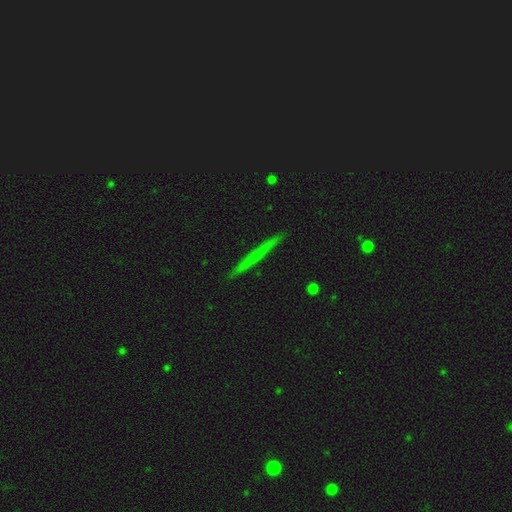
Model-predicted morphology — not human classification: smooth-or-featured: smooth: 49% | featured or disk: 41% | star or artifact: 9%
  merging: none: 92% | minor disturbance: 6% | major disturbance: 1% | merger: 1%